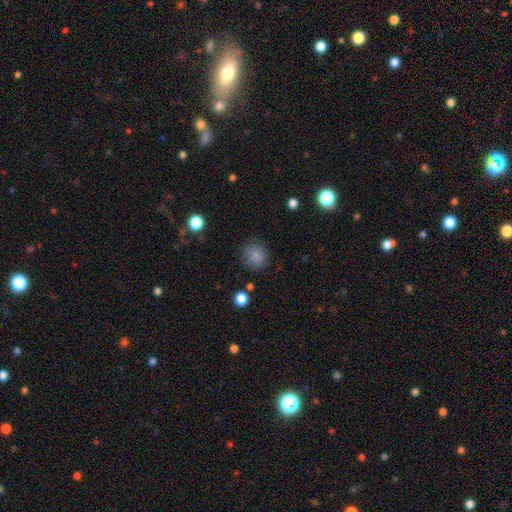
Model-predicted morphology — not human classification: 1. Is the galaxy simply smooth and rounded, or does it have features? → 85% smooth, 11% star or artifact, 4% featured or disk.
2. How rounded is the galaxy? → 87% round, 12% in between, 1% cigar-shaped.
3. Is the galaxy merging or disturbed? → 84% none, 11% minor disturbance, 4% major disturbance, 2% merger.